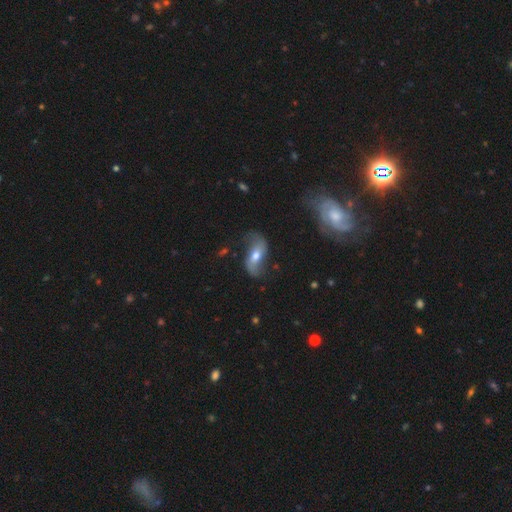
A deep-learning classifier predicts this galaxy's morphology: featured or disk 69%, smooth 23%, star or artifact 8%. Down the decision tree: edge-on disk — no (90%); bar — no (42%); spiral arms — yes (88%); spiral arm count — 2 (90%); spiral winding — loose (75%); bulge size — moderate (68%); merging — none (66%).